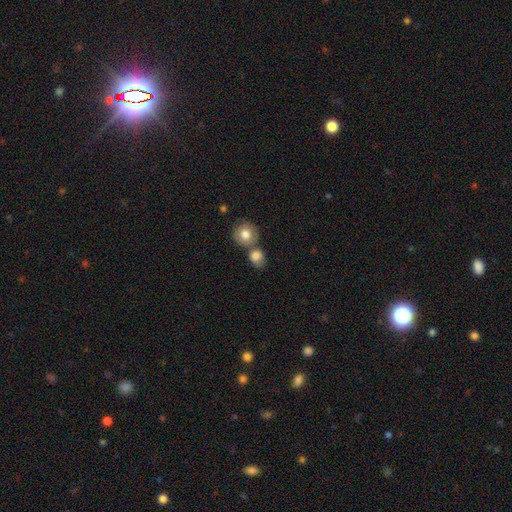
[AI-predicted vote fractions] A smooth galaxy with no disk features (80%) that is round (65%). Merging: merger (42%).